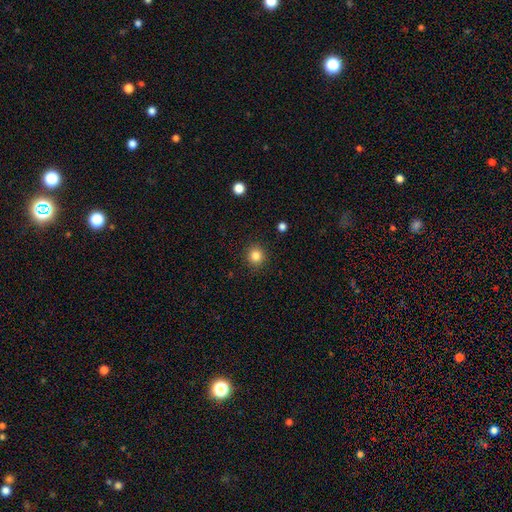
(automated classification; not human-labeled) Smooth or featured?
  - smooth: 84% *
  - star or artifact: 11%
  - featured or disk: 5%
How rounded?
  - round: 91% *
  - in between: 8%
  - cigar-shaped: 1%
Merging?
  - none: 90% *
  - minor disturbance: 6%
  - major disturbance: 2%
  - merger: 1%